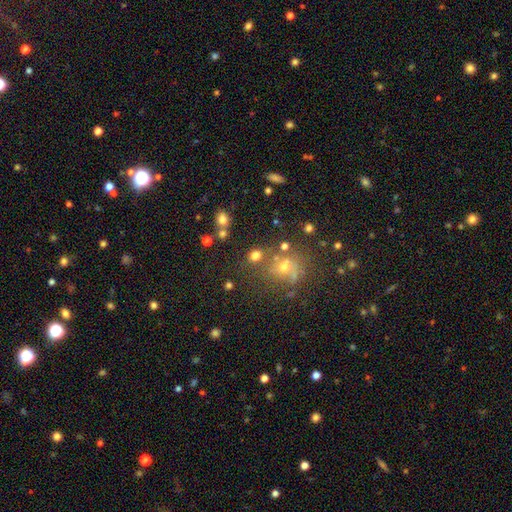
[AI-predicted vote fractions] Q: Smooth or featured?
A: smooth (70%); runner-up: star or artifact (20%)
Q: How rounded?
A: round (73%); runner-up: in between (25%)
Q: Merging?
A: none (67%); runner-up: merger (15%)